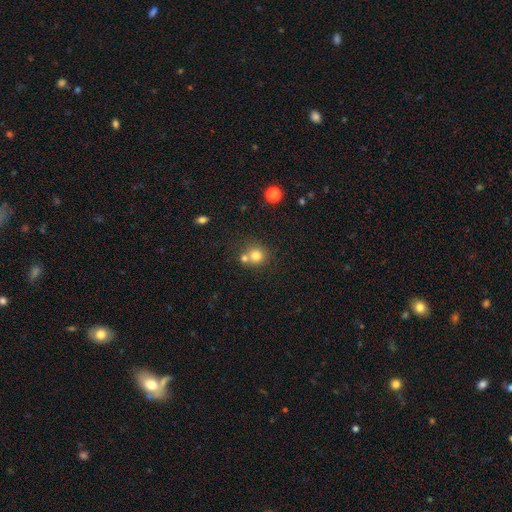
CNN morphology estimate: Smooth or featured? smooth (77%)
How rounded? round (89%)
Merging? none (57%)